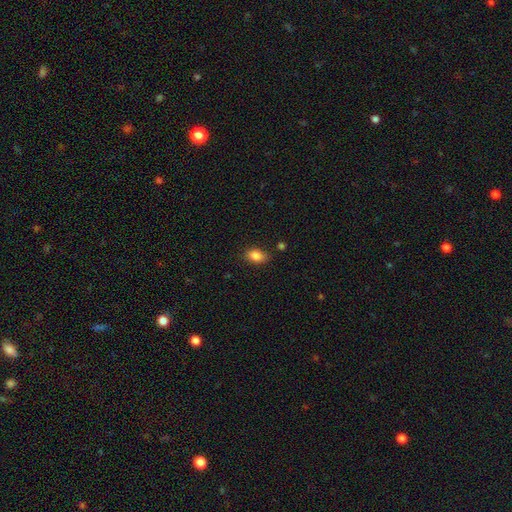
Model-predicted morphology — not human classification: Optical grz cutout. It shows a smooth galaxy with no disk features (86%) that is in between round and cigar-shaped (87%). Merging: none (79%).